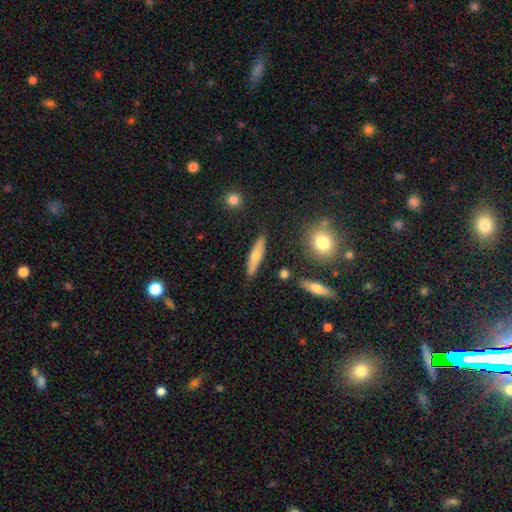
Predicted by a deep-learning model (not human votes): Smooth or featured?
  - smooth: 47% *
  - featured or disk: 46%
  - star or artifact: 7%
Merging?
  - none: 85% *
  - minor disturbance: 10%
  - merger: 3%
  - major disturbance: 2%